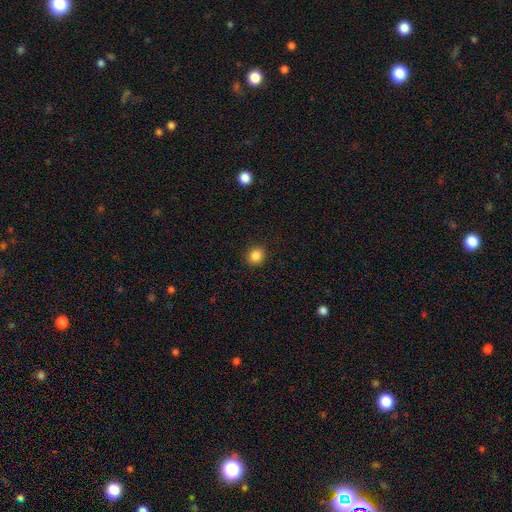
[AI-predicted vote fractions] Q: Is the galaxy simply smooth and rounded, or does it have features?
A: smooth — 86%.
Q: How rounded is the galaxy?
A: round — 85%.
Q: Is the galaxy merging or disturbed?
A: none — 91%.